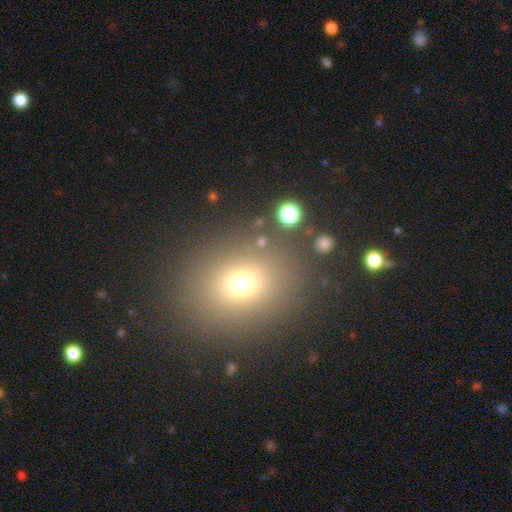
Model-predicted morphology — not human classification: smooth_or_featured: smooth (p=0.65) [alt: star or artifact p=0.24]
how_rounded: round (p=0.58) [alt: in between p=0.41]
merging: none (p=0.85) [alt: minor disturbance p=0.07]